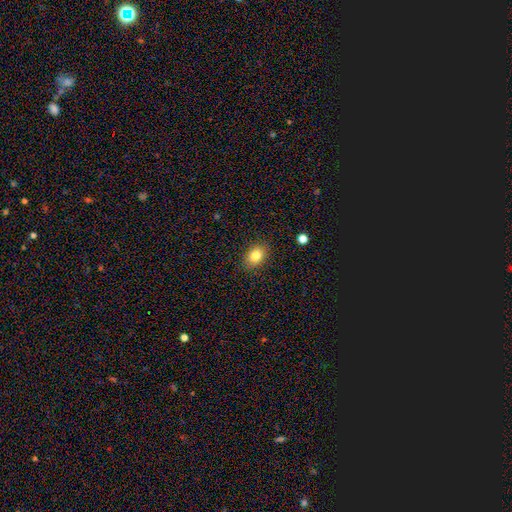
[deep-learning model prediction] smooth-or-featured: smooth: 82% | star or artifact: 10% | featured or disk: 8%
  how-rounded: in between: 72% | round: 27% | cigar-shaped: 1%
  merging: none: 87% | minor disturbance: 10% | major disturbance: 2% | merger: 1%